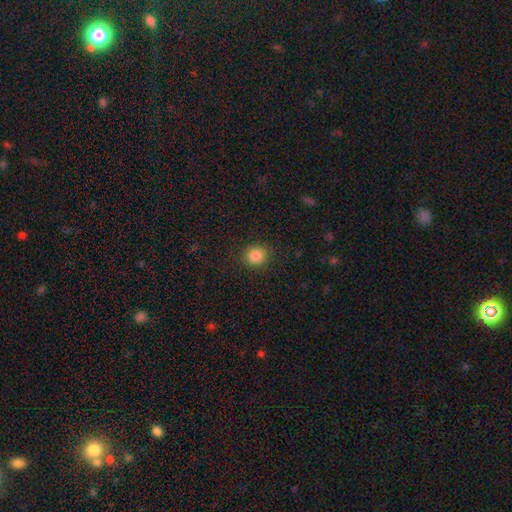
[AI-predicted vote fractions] Overall: smooth (86%). How rounded: round (85%). Merging: none (90%).